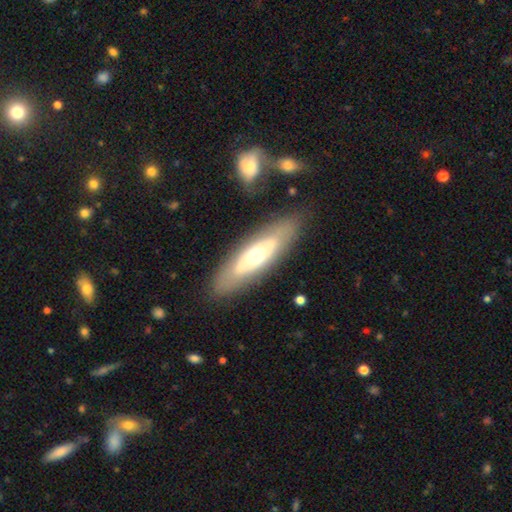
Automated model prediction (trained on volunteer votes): Smooth or featured? featured or disk (57%)
Edge-on disk? no (67%)
Merging? none (81%)